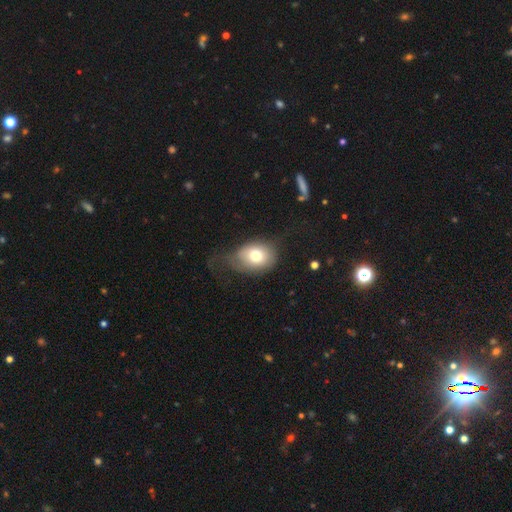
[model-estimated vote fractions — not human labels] This is likely a smooth galaxy (72%). How rounded: likely in between (63%). Merging: marginally none (42%).